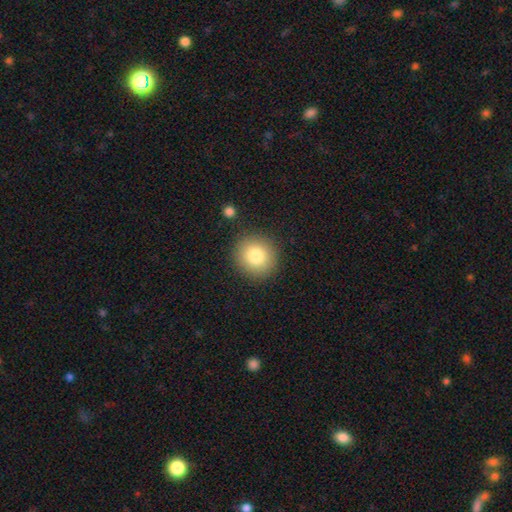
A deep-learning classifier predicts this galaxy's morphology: This appears to be a smooth galaxy with no disk features (81%) that is round (89%). Merging: none (88%).